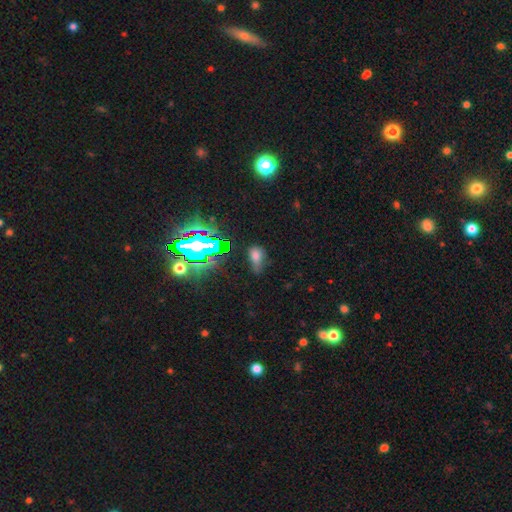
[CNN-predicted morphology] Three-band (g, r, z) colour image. It shows a smooth galaxy with no disk features (56%) that is in between round and cigar-shaped (81%). Merging: none (47%).